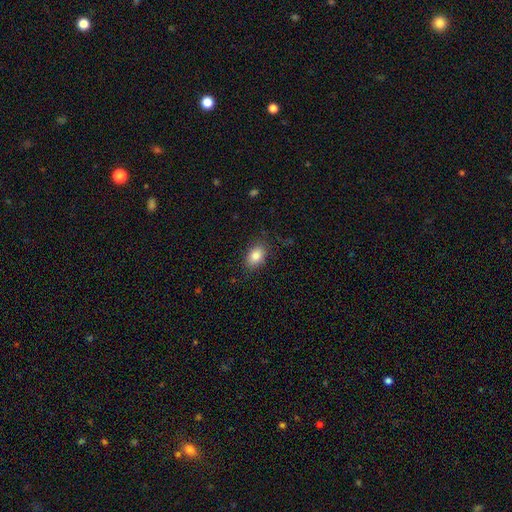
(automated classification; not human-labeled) smooth_or_featured: smooth (p=0.85) [alt: star or artifact p=0.09]
how_rounded: in between (p=0.81) [alt: round p=0.17]
merging: none (p=0.82) [alt: minor disturbance p=0.13]